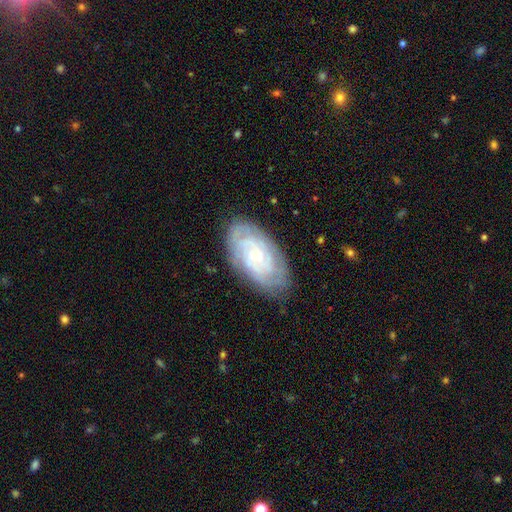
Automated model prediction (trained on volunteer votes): smooth-or-featured: featured or disk: 81% | smooth: 13% | star or artifact: 6%
  disk-edge-on: no: 95% | yes: 5%
    bar: no: 67% | weak: 27% | strong: 6%
    has-spiral-arms: yes: 95% | no: 5%
      spiral-winding: tight: 75% | medium: 21% | loose: 4%
      spiral-arm-count: can't tell: 37% | 2: 18% | 3: 17% | 4: 15% | more than 4: 7% | 1: 5%
    bulge-size: small: 71% | moderate: 23% | none: 4% | large: 2% | dominant: 1%
  merging: none: 79% | minor disturbance: 16% | major disturbance: 4% | merger: 1%